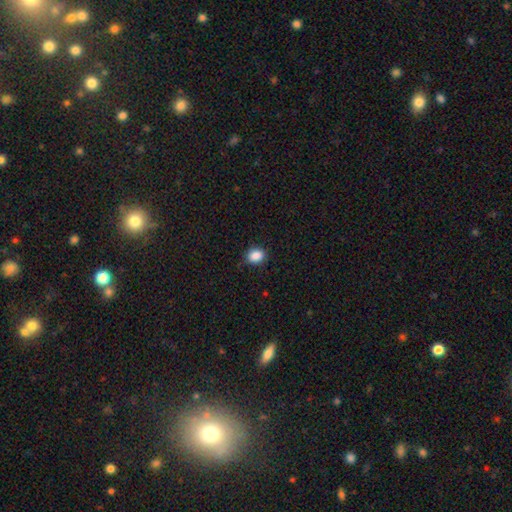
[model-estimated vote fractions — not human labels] Smooth or featured: smooth — 88% (star or artifact — 9%)
How rounded: round — 55% (in between — 44%)
Merging: none — 83% (minor disturbance — 13%)